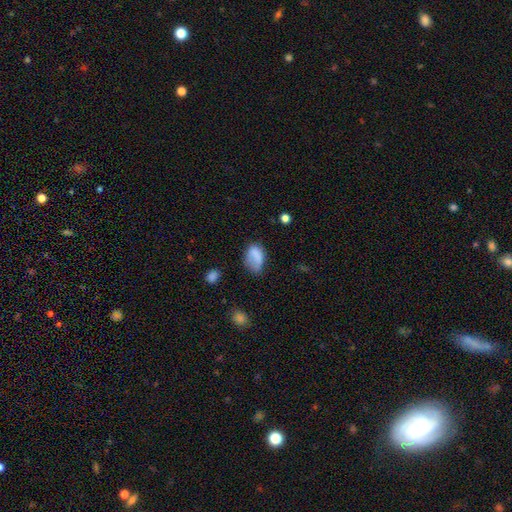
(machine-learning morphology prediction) Smooth or featured: smooth — 77% (featured or disk — 13%)
How rounded: in between — 87% (round — 11%)
Merging: none — 44% (minor disturbance — 33%)